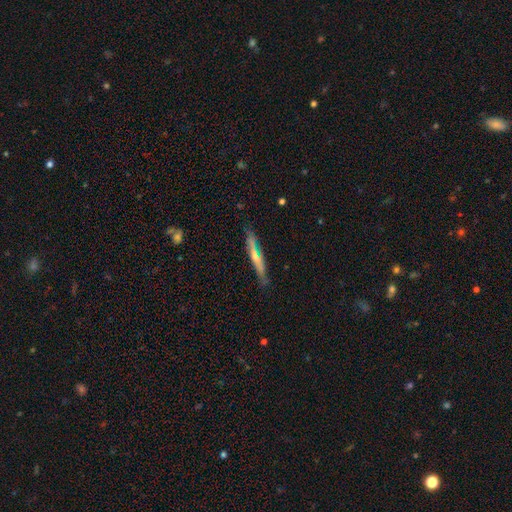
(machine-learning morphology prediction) Smooth or featured? Predicted: featured or disk (p=0.57). Edge-on disk? Predicted: yes (p=0.92). Edge-on bulge? Predicted: rounded (p=0.54). Merging? Predicted: none (p=0.82).